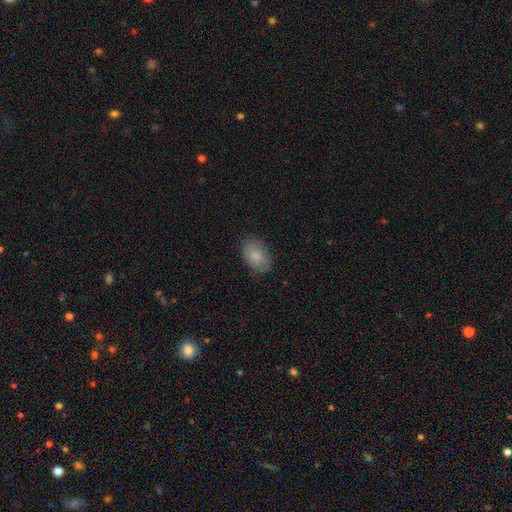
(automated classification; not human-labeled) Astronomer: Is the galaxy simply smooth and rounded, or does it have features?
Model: smooth — 85%.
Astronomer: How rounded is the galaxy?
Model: in between — 88%.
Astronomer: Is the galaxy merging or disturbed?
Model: none — 83%.